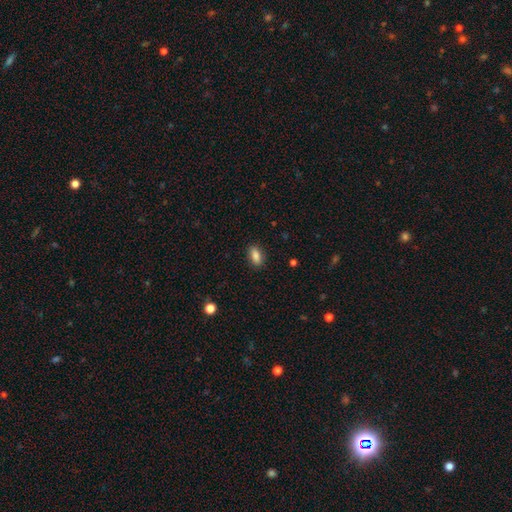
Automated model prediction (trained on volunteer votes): Smooth or featured?
  - smooth: 87% *
  - star or artifact: 8%
  - featured or disk: 5%
How rounded?
  - in between: 87% *
  - cigar-shaped: 9%
  - round: 4%
Merging?
  - none: 88% *
  - minor disturbance: 9%
  - major disturbance: 2%
  - merger: 1%